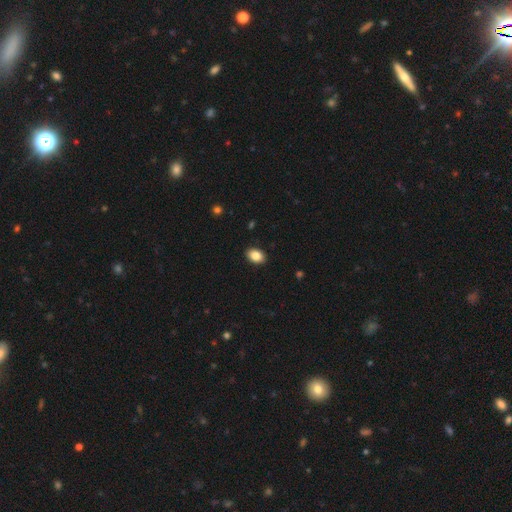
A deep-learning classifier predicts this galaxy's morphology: smooth 86%, star or artifact 8%, featured or disk 6%. Down the decision tree: how rounded — in between (82%); merging — none (90%).